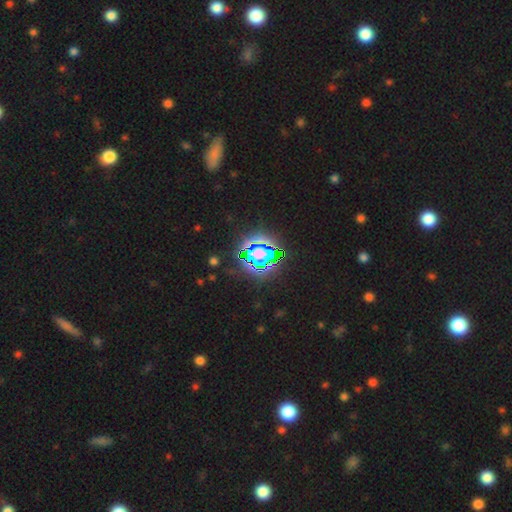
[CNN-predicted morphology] Smooth or featured? Predicted: star or artifact (p=0.73).